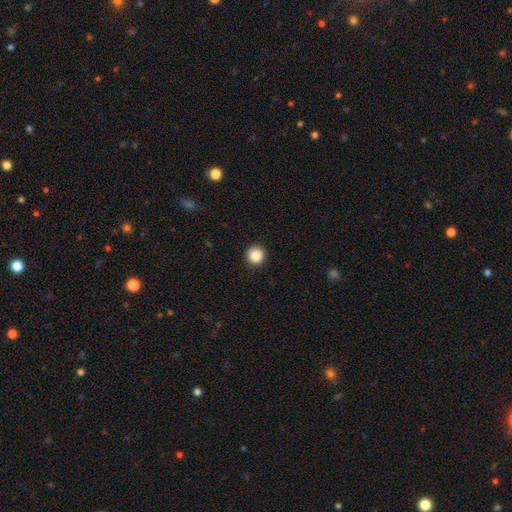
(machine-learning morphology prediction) A smooth galaxy with no disk features (88%) that is round (94%).

Vote fractions:
- Smooth or featured? smooth: 88% / star or artifact: 9% / featured or disk: 3%
- How rounded? round: 94% / in between: 5% / cigar-shaped: 1%
- Merging? none: 89% / minor disturbance: 8% / major disturbance: 2% / merger: 1%